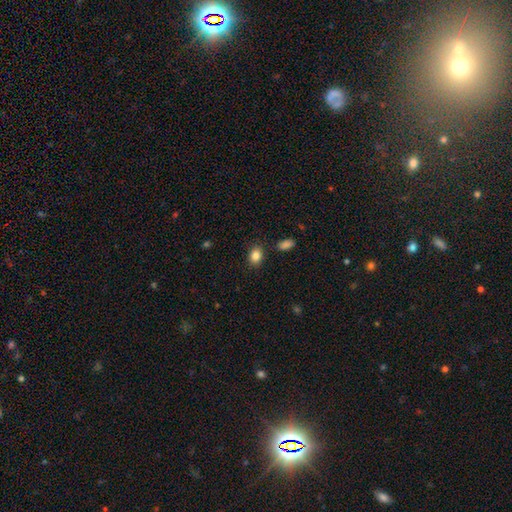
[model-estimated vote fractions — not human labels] This is clearly a smooth galaxy (85%). How rounded: likely in between (68%). Merging: clearly none (85%).